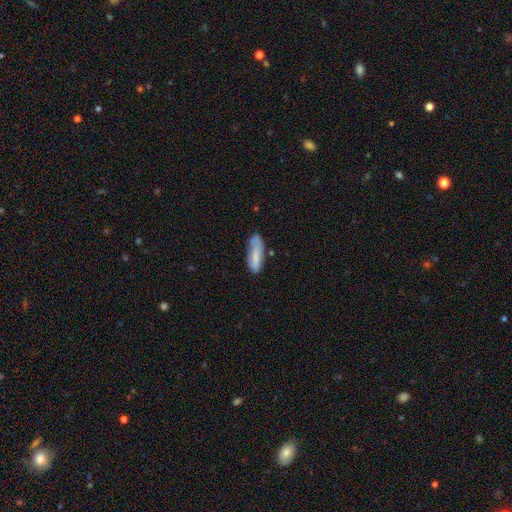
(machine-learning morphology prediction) Q: Smooth or featured?
A: smooth (72%); runner-up: featured or disk (21%)
Q: How rounded?
A: in between (55%); runner-up: cigar-shaped (43%)
Q: Merging?
A: none (65%); runner-up: minor disturbance (25%)